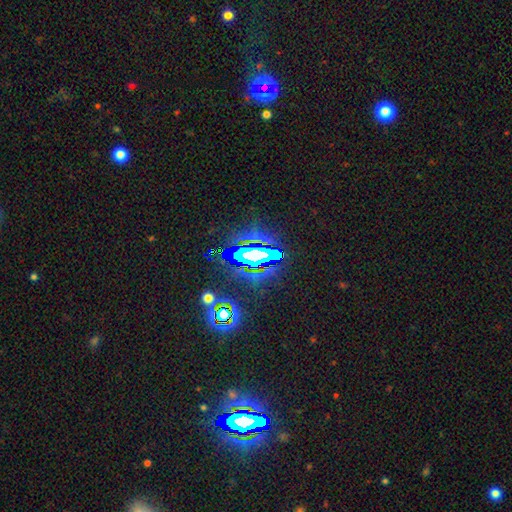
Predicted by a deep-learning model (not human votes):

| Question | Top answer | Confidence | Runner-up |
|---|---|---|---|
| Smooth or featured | star or artifact | 65% | featured or disk (19%) |